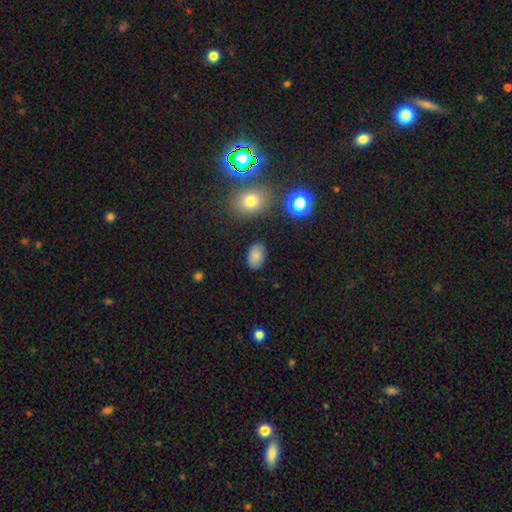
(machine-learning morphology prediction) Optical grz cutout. It shows a smooth galaxy with no disk features (84%) that is in between round and cigar-shaped (85%). Merging: none (84%).